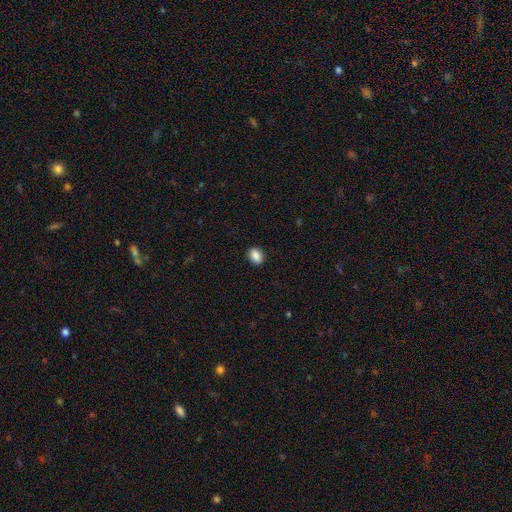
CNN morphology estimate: smooth-or-featured: smooth: 88% | star or artifact: 8% | featured or disk: 3%
  how-rounded: in between: 67% | round: 32% | cigar-shaped: 1%
  merging: none: 90% | minor disturbance: 7% | major disturbance: 2% | merger: 1%